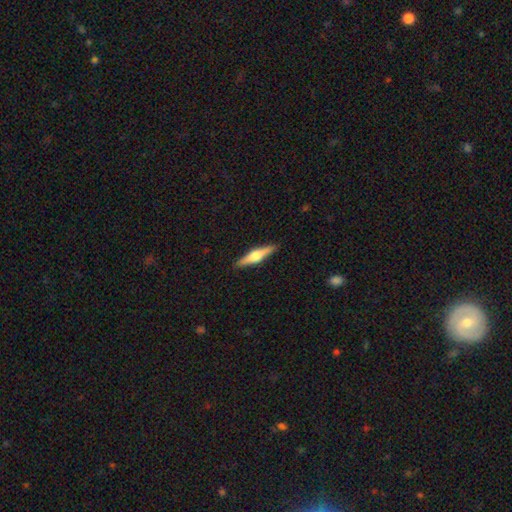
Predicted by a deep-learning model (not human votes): A featured or disk galaxy (64%) viewed edge-on (97%) with a rounded central bulge (92%). Merging: none (91%).